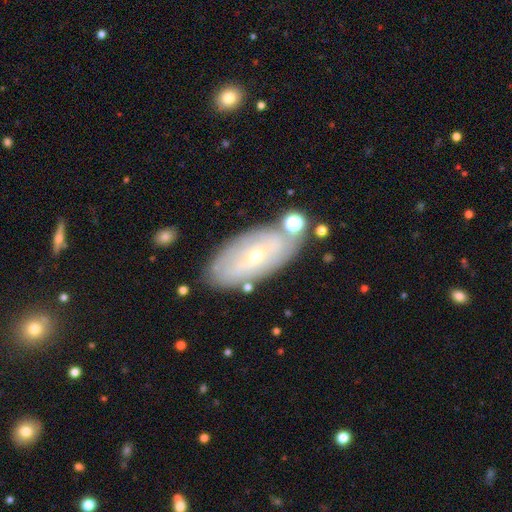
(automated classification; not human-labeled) This is likely a featured or disk galaxy (62%). It is clearly not viewed edge-on (88%). Bar: likely no (74%). Spiral arm pattern: possibly yes (59%). Central bulge: likely small (75%). Merging: likely none (73%).